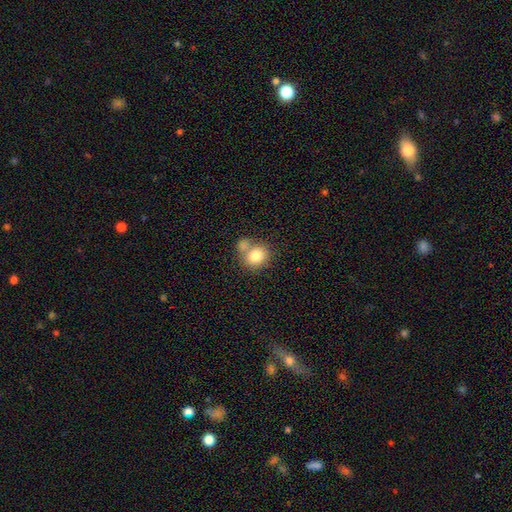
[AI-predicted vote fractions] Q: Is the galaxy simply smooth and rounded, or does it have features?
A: smooth — 80%.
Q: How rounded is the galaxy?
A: round — 70%.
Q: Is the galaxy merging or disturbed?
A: merger — 43%, tied with none.